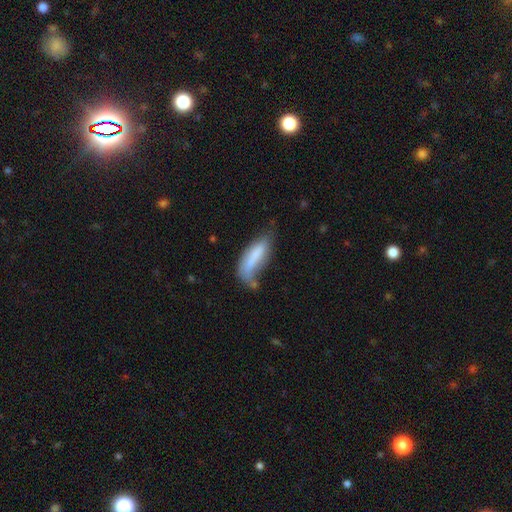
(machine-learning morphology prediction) Smooth or featured? Predicted: smooth (p=0.71). How rounded? Predicted: cigar-shaped (p=0.50). Merging? Predicted: minor disturbance (p=0.34).